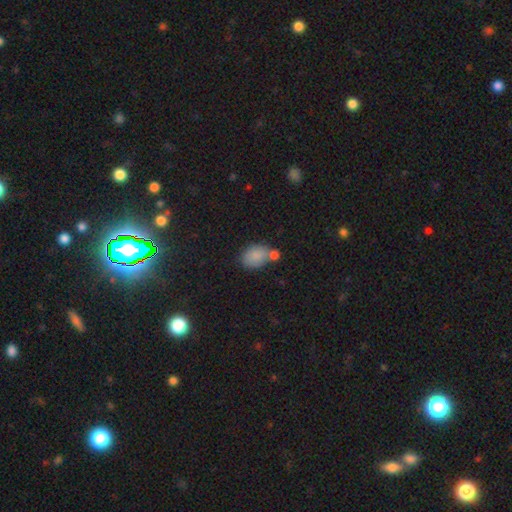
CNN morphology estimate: Smooth or featured?
  - smooth: 84% *
  - star or artifact: 9%
  - featured or disk: 7%
How rounded?
  - in between: 72% *
  - round: 26%
  - cigar-shaped: 1%
Merging?
  - none: 48% *
  - merger: 31%
  - minor disturbance: 16%
  - major disturbance: 6%